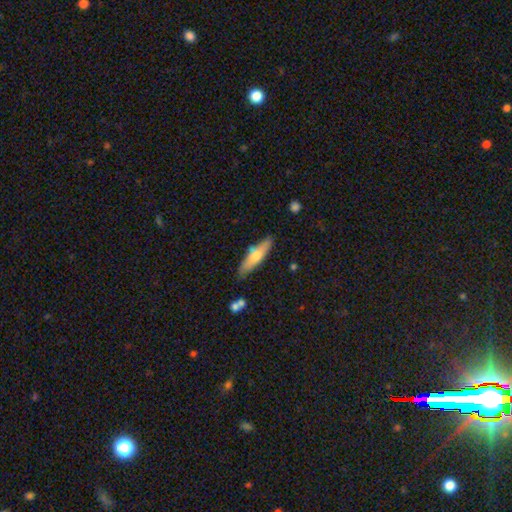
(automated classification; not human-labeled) The model was most divided on "smooth or featured": smooth: 54%, featured or disk: 40%, star or artifact: 6%. More confident: merging — none (81%); how rounded — cigar-shaped (67%).